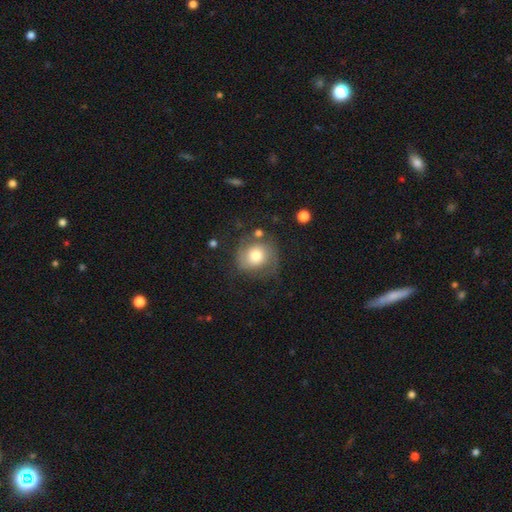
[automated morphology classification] smooth_or_featured: smooth (p=0.47) [alt: featured or disk p=0.44]
merging: none (p=0.59) [alt: minor disturbance p=0.22]